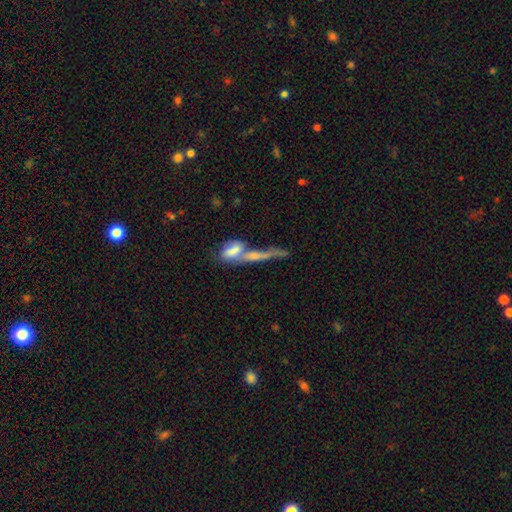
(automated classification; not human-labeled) This is possibly a smooth galaxy (47%). Merging: likely merger (64%).